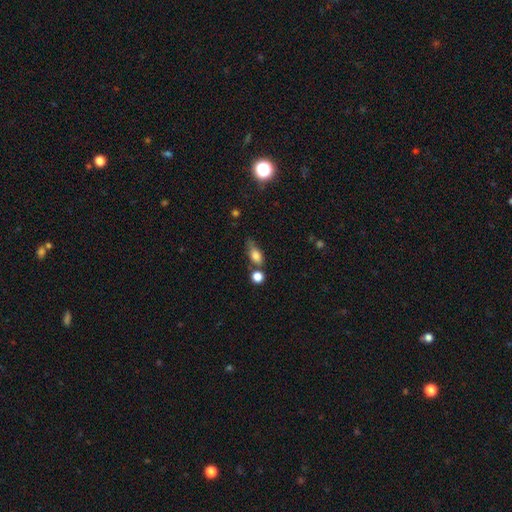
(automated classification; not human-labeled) This is likely a smooth galaxy (77%). How rounded: likely in between (72%). Merging: marginally none (44%).